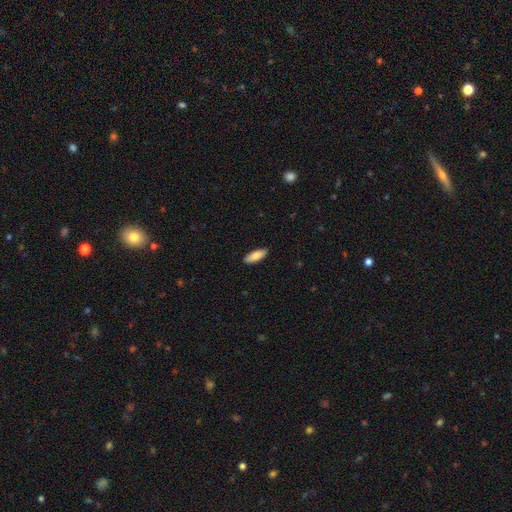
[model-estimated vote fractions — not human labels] Q: Smooth or featured?
A: smooth (85%); runner-up: featured or disk (9%)
Q: How rounded?
A: in between (70%); runner-up: cigar-shaped (28%)
Q: Merging?
A: none (89%); runner-up: minor disturbance (9%)